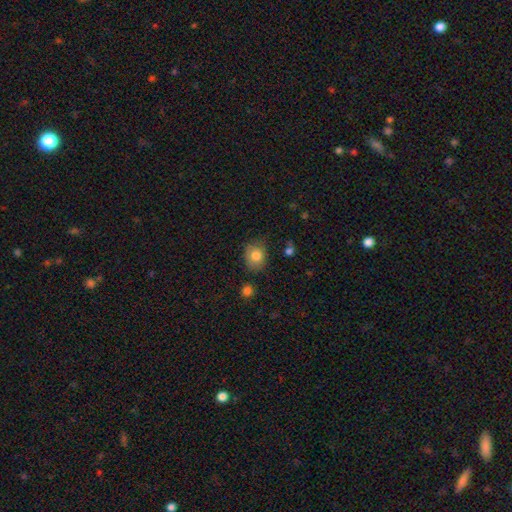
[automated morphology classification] Smooth or featured? smooth (80%)
How rounded? round (54%)
Merging? none (69%)